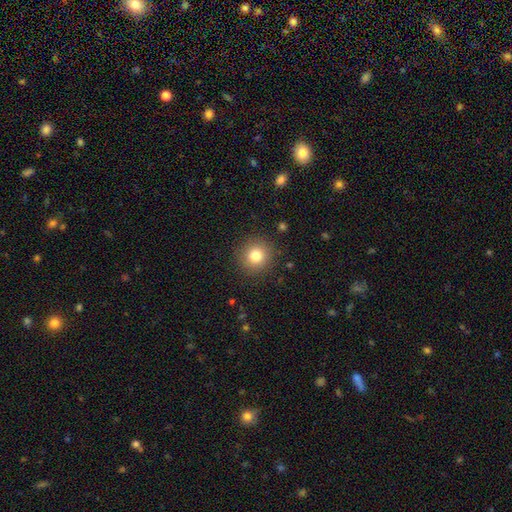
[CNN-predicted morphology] Overall: smooth (80%). How rounded: round (93%). Merging: none (90%).